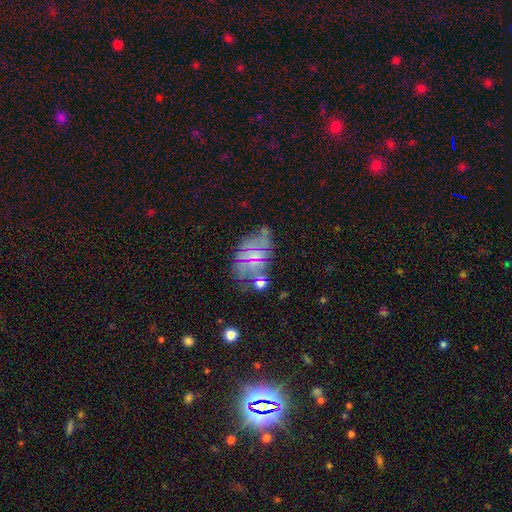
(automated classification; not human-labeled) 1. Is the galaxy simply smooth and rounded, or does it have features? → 36% star or artifact, 35% featured or disk, 29% smooth.